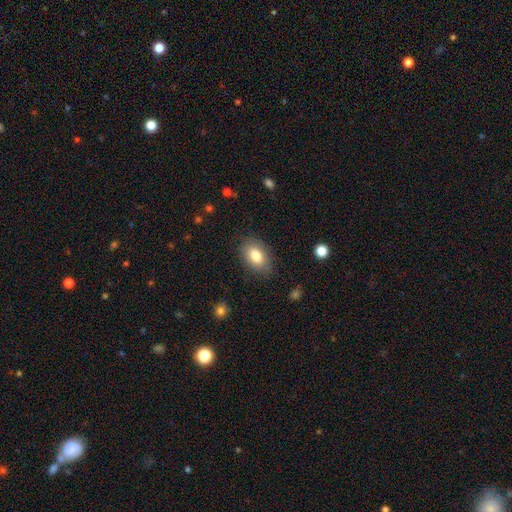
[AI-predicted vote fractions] Smooth or featured: smooth — 81% (featured or disk — 11%)
How rounded: in between — 87% (round — 11%)
Merging: none — 83% (minor disturbance — 12%)